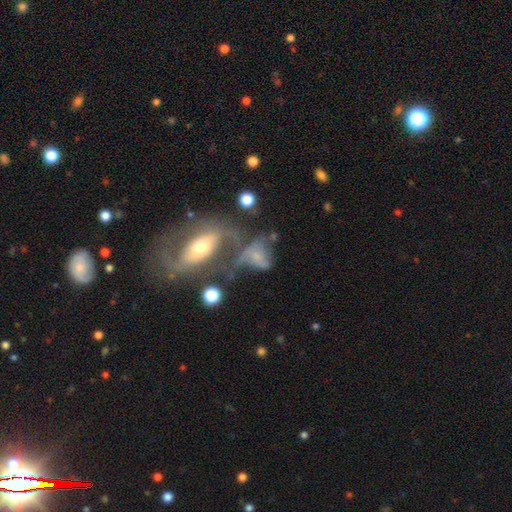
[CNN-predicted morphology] Smooth or featured: featured or disk — 45% (smooth — 40%)
Merging: merger — 37% (major disturbance — 28%)